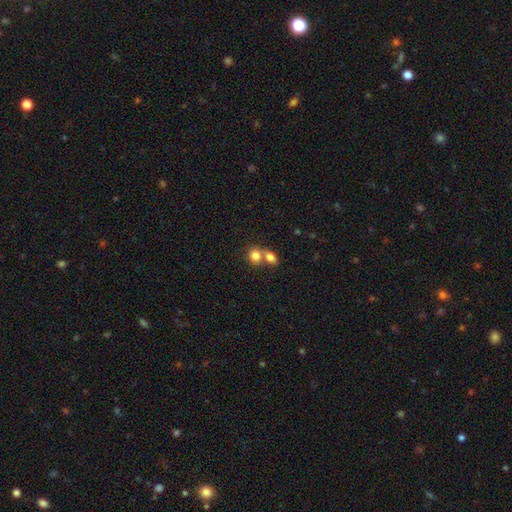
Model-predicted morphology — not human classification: type=smooth (81%); roundness=round (67%); merging=merger (59%).